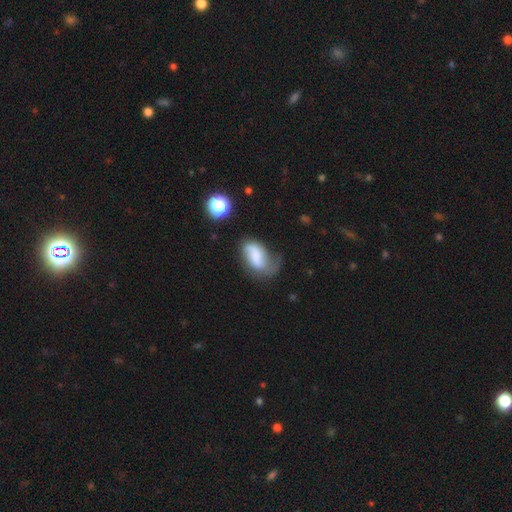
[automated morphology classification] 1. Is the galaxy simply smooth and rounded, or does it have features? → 49% smooth, 42% featured or disk, 10% star or artifact.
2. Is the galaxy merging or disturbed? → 33% major disturbance, 31% none, 31% minor disturbance, 5% merger.